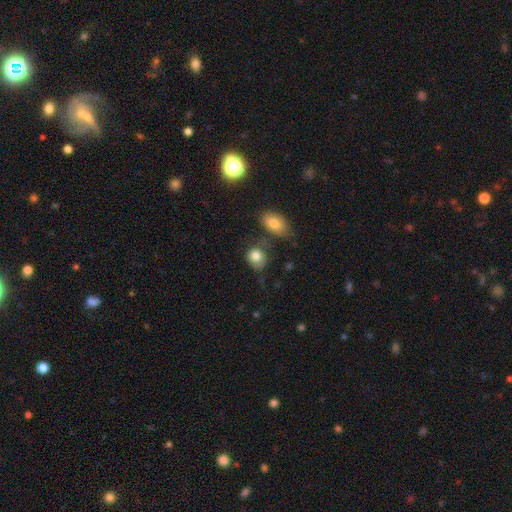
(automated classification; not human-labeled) A smooth galaxy with no disk features (82%) that is round (63%).

Vote fractions:
- Smooth or featured? smooth: 82% / featured or disk: 9% / star or artifact: 8%
- How rounded? round: 63% / in between: 36% / cigar-shaped: 1%
- Merging? none: 55% / minor disturbance: 23% / merger: 13% / major disturbance: 9%